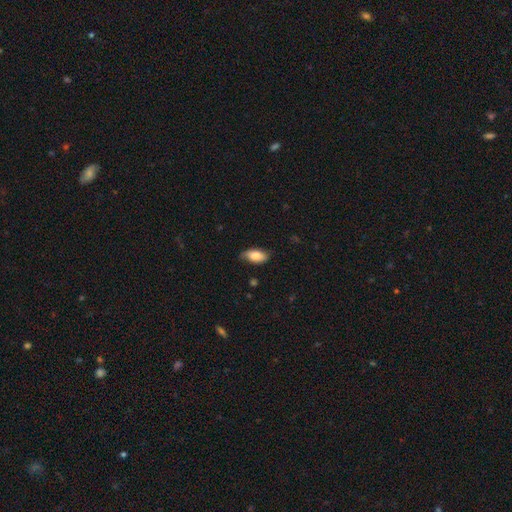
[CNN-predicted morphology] Smooth or featured?
  - smooth: 79% *
  - featured or disk: 14%
  - star or artifact: 7%
How rounded?
  - in between: 90% *
  - cigar-shaped: 7%
  - round: 3%
Merging?
  - none: 71% *
  - minor disturbance: 24%
  - major disturbance: 4%
  - merger: 1%